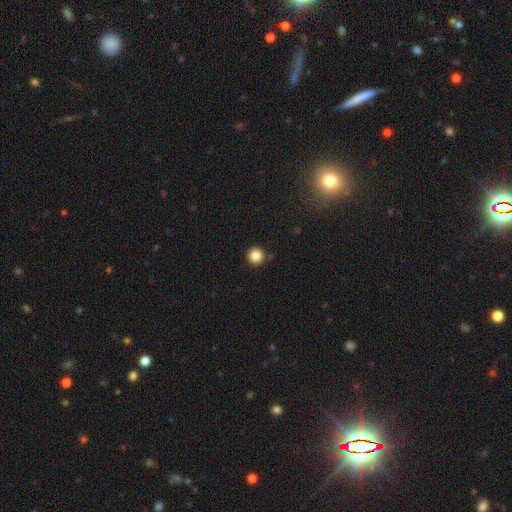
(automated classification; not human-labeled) A smooth galaxy with no disk features (86%) that is round (95%).

Vote fractions:
- Smooth or featured? smooth: 86% / star or artifact: 10% / featured or disk: 4%
- How rounded? round: 95% / in between: 4% / cigar-shaped: 1%
- Merging? none: 91% / minor disturbance: 5% / merger: 2% / major disturbance: 2%